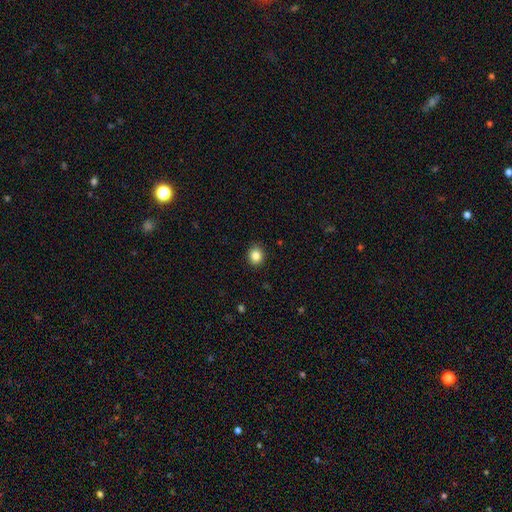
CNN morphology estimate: Overall: smooth (85%). How rounded: round (76%). Merging: none (90%).